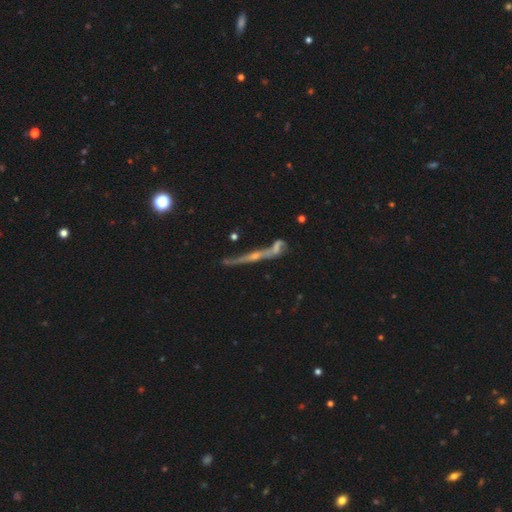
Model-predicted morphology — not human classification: This is likely a featured or disk galaxy (75%). It is clearly viewed edge-on (93%). Edge-on bulge: likely rounded (75%). Merging: likely none (61%).